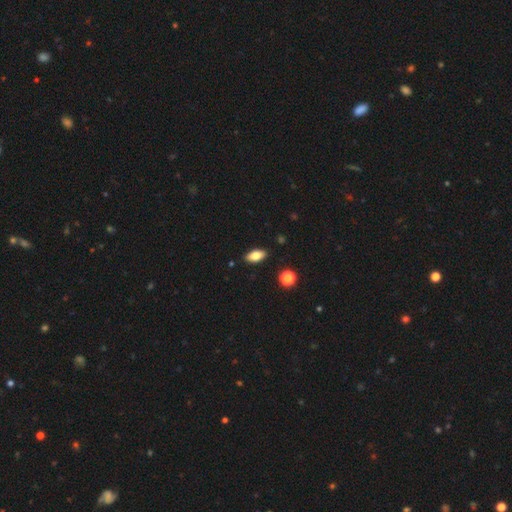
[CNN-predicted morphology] A smooth galaxy with no disk features (78%) that is in between round and cigar-shaped (89%).

Vote fractions:
- Smooth or featured? smooth: 78% / featured or disk: 14% / star or artifact: 8%
- How rounded? in between: 89% / cigar-shaped: 7% / round: 4%
- Merging? none: 88% / minor disturbance: 9% / major disturbance: 2% / merger: 2%